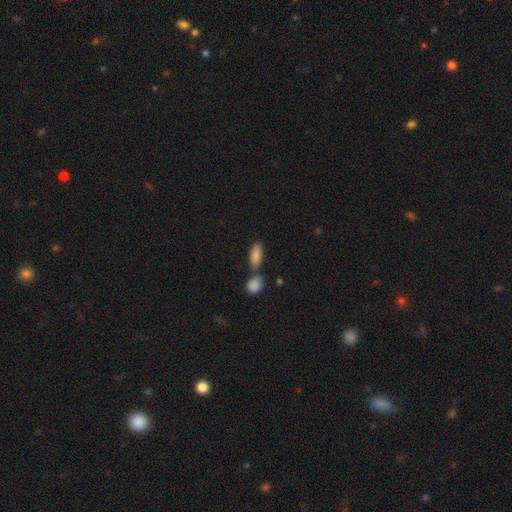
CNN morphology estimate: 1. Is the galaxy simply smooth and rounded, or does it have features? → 83% smooth, 9% star or artifact, 8% featured or disk.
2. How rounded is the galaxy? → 77% in between, 19% cigar-shaped, 4% round.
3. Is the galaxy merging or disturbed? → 55% none, 32% merger, 10% minor disturbance, 3% major disturbance.